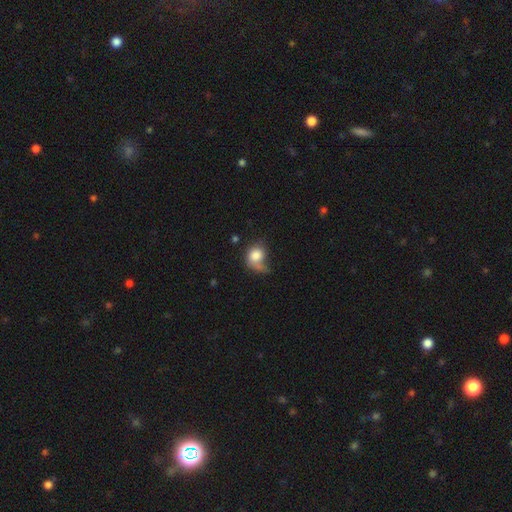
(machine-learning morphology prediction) smooth 76%, featured or disk 15%, star or artifact 9%. Down the decision tree: how rounded — round (60%); merging — major disturbance (31%, tied with none).